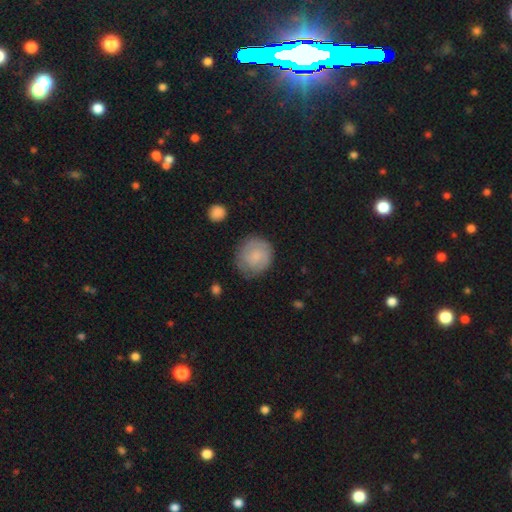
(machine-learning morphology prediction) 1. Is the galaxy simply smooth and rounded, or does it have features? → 63% smooth, 30% featured or disk, 7% star or artifact.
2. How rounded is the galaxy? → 86% round, 13% in between, 1% cigar-shaped.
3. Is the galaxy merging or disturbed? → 75% none, 18% minor disturbance, 5% major disturbance, 1% merger.